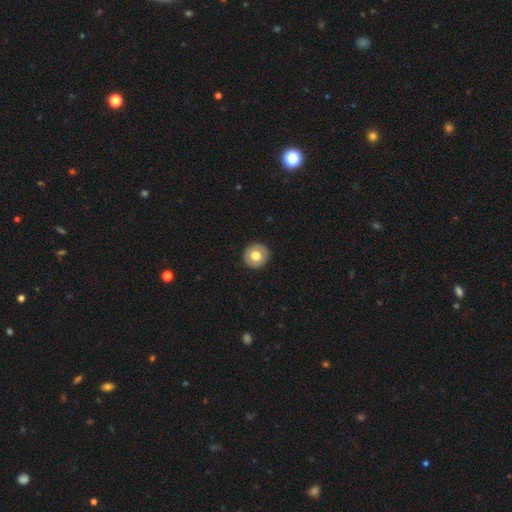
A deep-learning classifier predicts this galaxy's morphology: Smooth or featured? smooth (68%)
How rounded? round (94%)
Merging? none (91%)